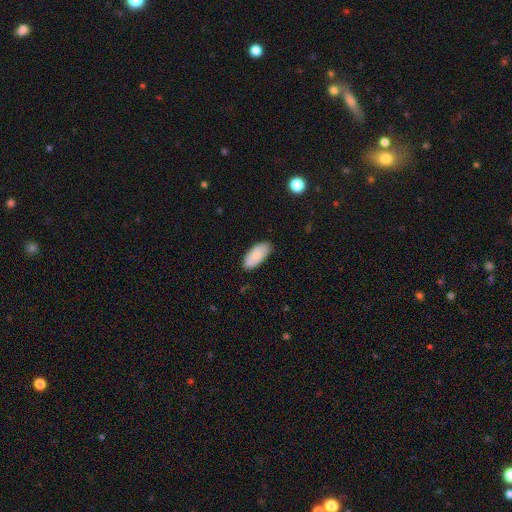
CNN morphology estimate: This appears to be a smooth galaxy with no disk features (82%) that is in between round and cigar-shaped (92%). Merging: none (82%).